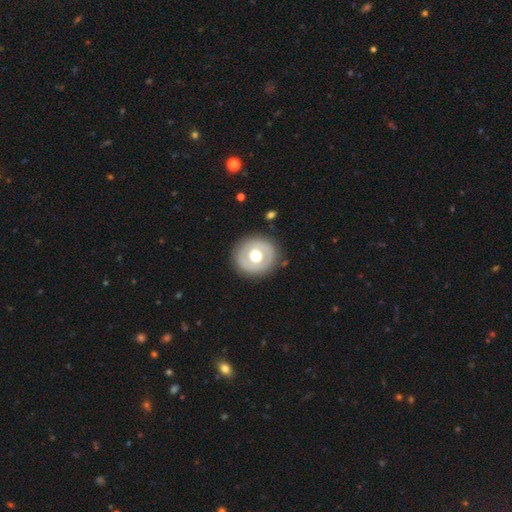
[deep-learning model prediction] A smooth galaxy with no disk features (53%) that is round (90%).

Vote fractions:
- Smooth or featured? smooth: 53% / featured or disk: 41% / star or artifact: 6%
- How rounded? round: 90% / in between: 10% / cigar-shaped: 1%
- Merging? none: 88% / minor disturbance: 8% / major disturbance: 3% / merger: 1%